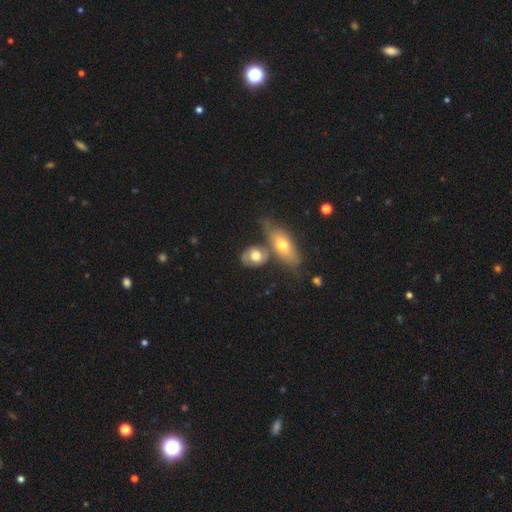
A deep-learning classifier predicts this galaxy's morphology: Smooth or featured?
  - smooth: 55% *
  - featured or disk: 38%
  - star or artifact: 7%
How rounded?
  - in between: 63% *
  - round: 33%
  - cigar-shaped: 4%
Merging?
  - none: 39% *
  - merger: 37%
  - minor disturbance: 16%
  - major disturbance: 8%